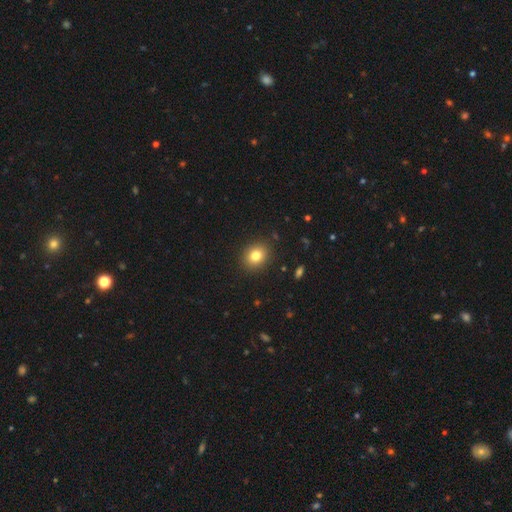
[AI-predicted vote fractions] This is clearly a smooth galaxy (80%). How rounded: likely round (65%). Merging: clearly none (90%).